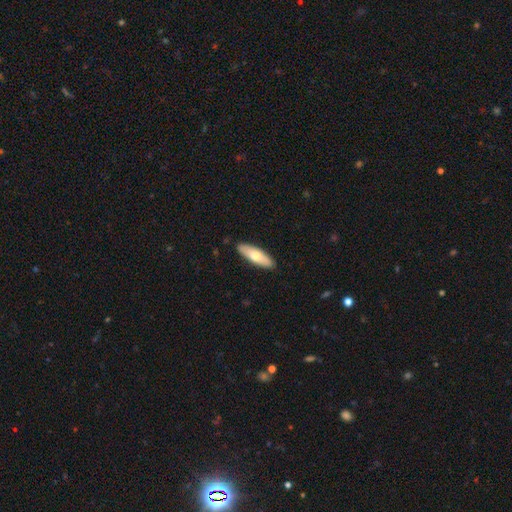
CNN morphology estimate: The model was most divided on "how rounded": in between: 54%, cigar-shaped: 44%, round: 2%. More confident: merging — none (89%); smooth or featured — smooth (68%).